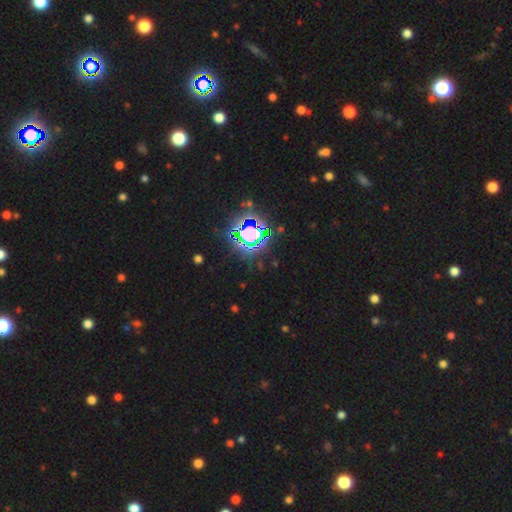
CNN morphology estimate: This appears to be a star or artifact, not a galaxy (82%).